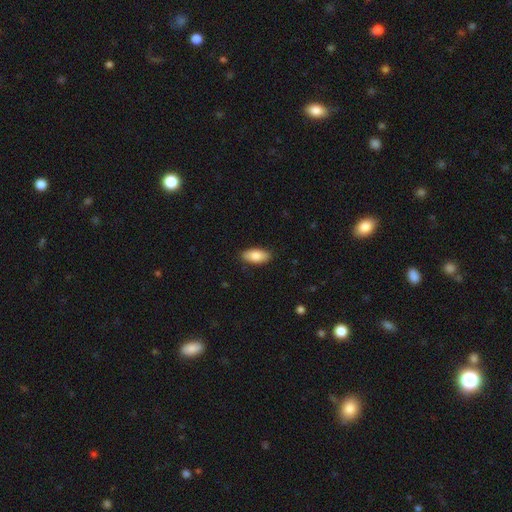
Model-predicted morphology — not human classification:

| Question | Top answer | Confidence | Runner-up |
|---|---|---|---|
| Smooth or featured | smooth | 84% | featured or disk (10%) |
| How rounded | in between | 90% | cigar-shaped (8%) |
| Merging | none | 88% | minor disturbance (9%) |